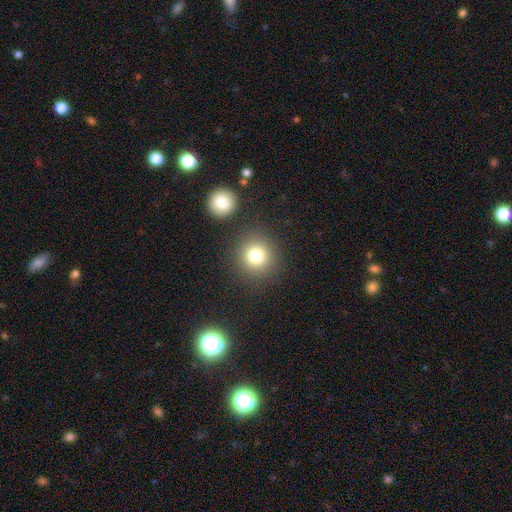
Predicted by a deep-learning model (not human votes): smooth-or-featured: smooth: 79% | star or artifact: 13% | featured or disk: 8%
  how-rounded: round: 90% | in between: 9% | cigar-shaped: 1%
  merging: none: 83% | minor disturbance: 8% | merger: 6% | major disturbance: 4%